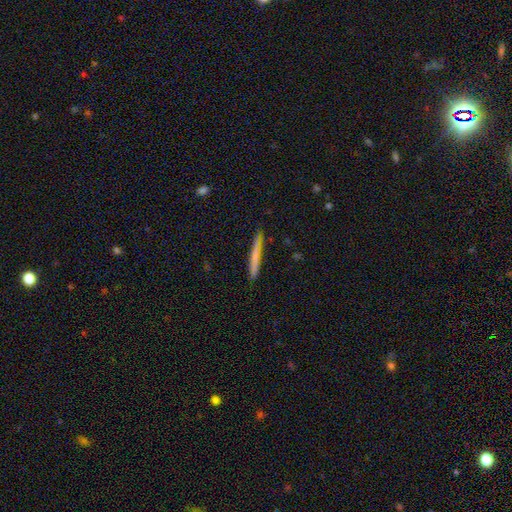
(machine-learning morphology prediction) A smooth galaxy with no disk features (65%) that is cigar-shaped (97%).

Vote fractions:
- Smooth or featured? smooth: 65% / featured or disk: 29% / star or artifact: 6%
- How rounded? cigar-shaped: 97% / in between: 2% / round: 1%
- Merging? none: 88% / minor disturbance: 9% / major disturbance: 2% / merger: 1%